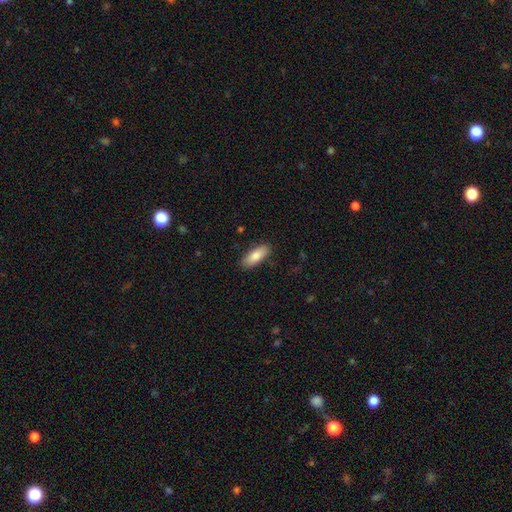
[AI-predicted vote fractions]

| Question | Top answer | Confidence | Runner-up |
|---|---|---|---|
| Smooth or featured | smooth | 82% | featured or disk (12%) |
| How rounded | in between | 71% | cigar-shaped (27%) |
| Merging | none | 87% | minor disturbance (10%) |